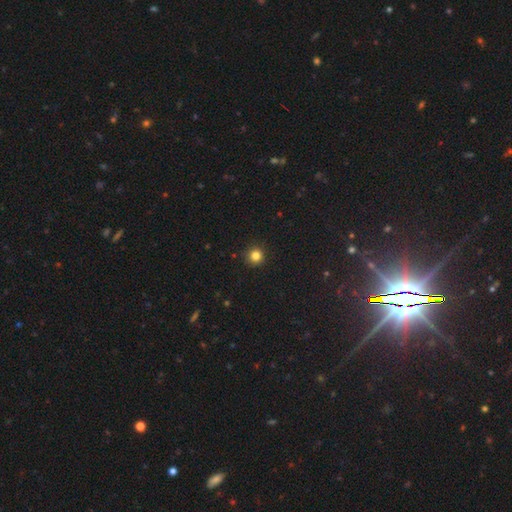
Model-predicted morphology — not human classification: A smooth galaxy with no disk features (83%) that is round (95%). Merging: none (91%).